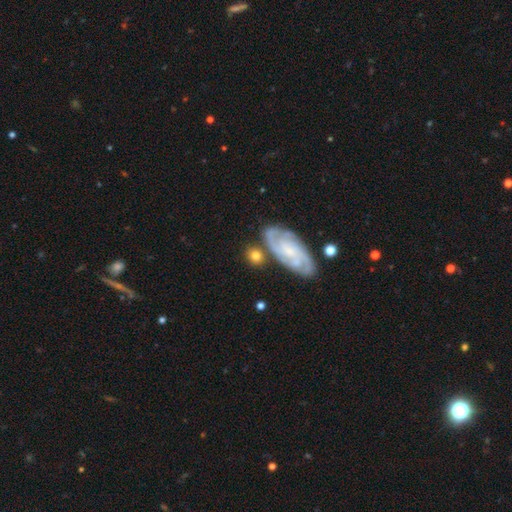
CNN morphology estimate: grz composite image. It shows a smooth galaxy with no disk features (53%) that is round (64%). Merging: none (71%).